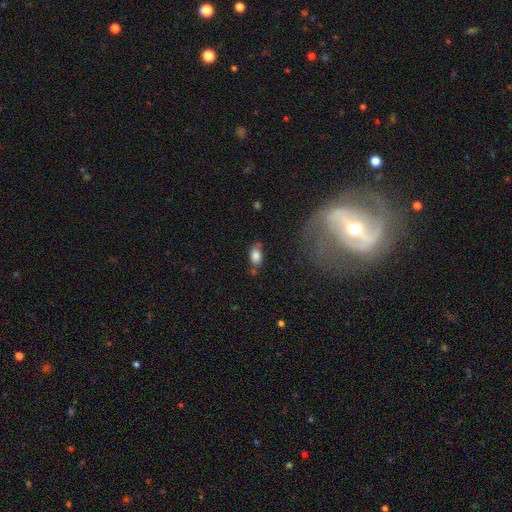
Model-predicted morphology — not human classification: Q: Smooth or featured?
A: smooth (83%); runner-up: star or artifact (9%)
Q: How rounded?
A: in between (88%); runner-up: round (9%)
Q: Merging?
A: none (70%); runner-up: minor disturbance (20%)